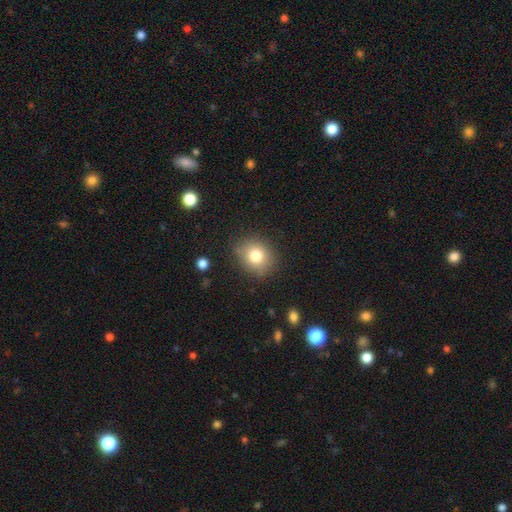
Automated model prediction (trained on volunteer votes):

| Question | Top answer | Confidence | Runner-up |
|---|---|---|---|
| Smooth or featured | smooth | 79% | star or artifact (11%) |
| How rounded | round | 69% | in between (30%) |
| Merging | none | 82% | minor disturbance (13%) |